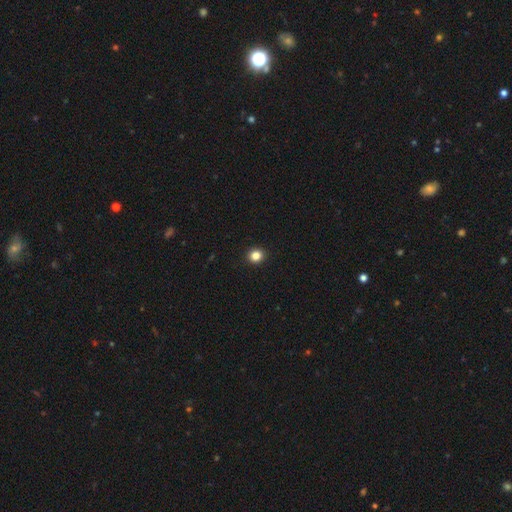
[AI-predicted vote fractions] Smooth or featured: smooth — 84% (star or artifact — 12%)
How rounded: round — 86% (in between — 13%)
Merging: none — 93% (minor disturbance — 5%)